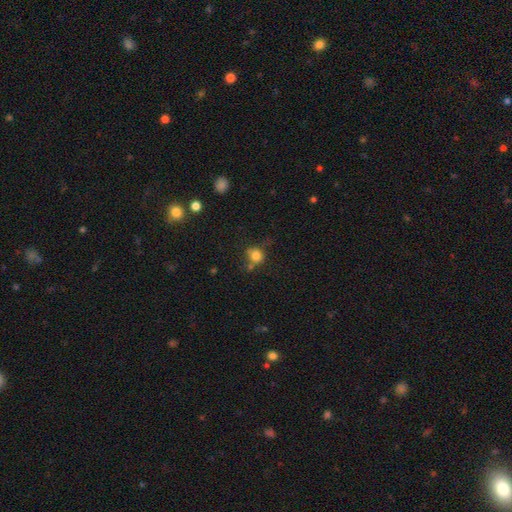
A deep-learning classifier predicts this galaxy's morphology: The model was most divided on "merging": none: 60%, minor disturbance: 19%, merger: 14%, major disturbance: 7%. More confident: how rounded — round (81%); smooth or featured — smooth (80%).